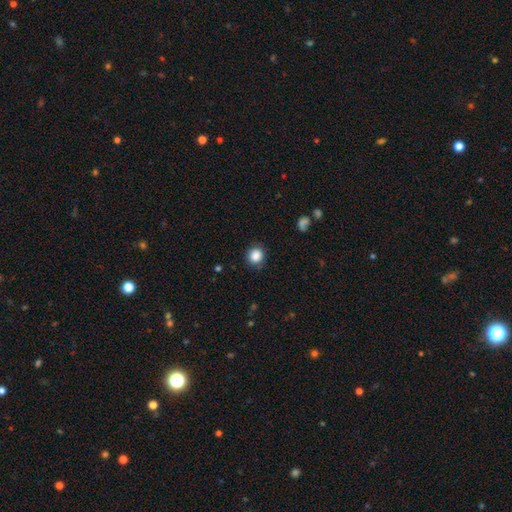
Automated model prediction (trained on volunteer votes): smooth-or-featured: smooth: 86% | star or artifact: 10% | featured or disk: 4%
  how-rounded: round: 83% | in between: 16% | cigar-shaped: 1%
  merging: none: 84% | minor disturbance: 11% | major disturbance: 3% | merger: 1%